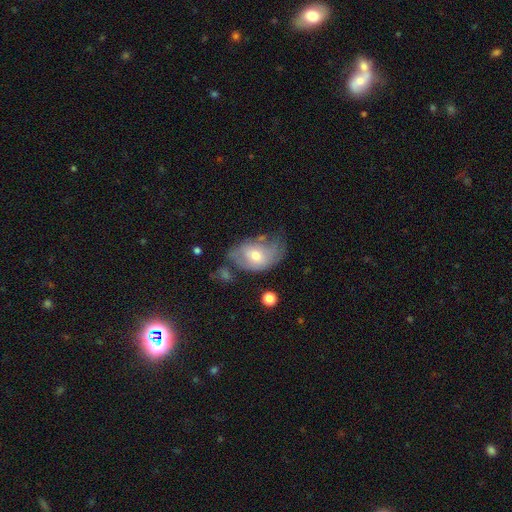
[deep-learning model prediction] This appears to be a smooth galaxy with no disk features (49%). Merging: none (36%).